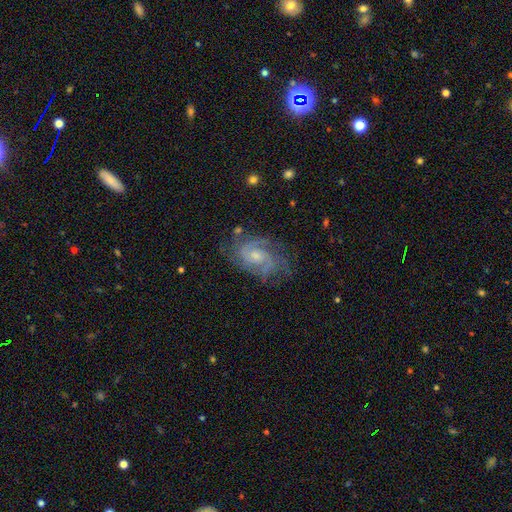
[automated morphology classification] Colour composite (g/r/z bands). It shows a featured or disk galaxy (86%) with no bar (58%), 2 (47%) tight (49%) spiral arms (97%) and a small central bulge (48%). Merging: none (70%).